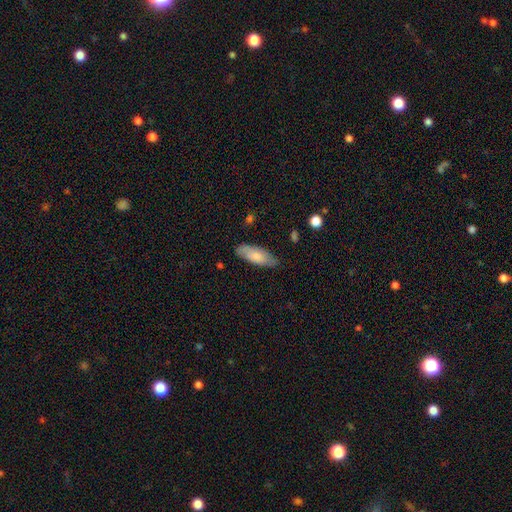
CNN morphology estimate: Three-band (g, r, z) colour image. It shows a smooth galaxy with no disk features (76%) that is in between round and cigar-shaped (76%). Merging: none (80%).